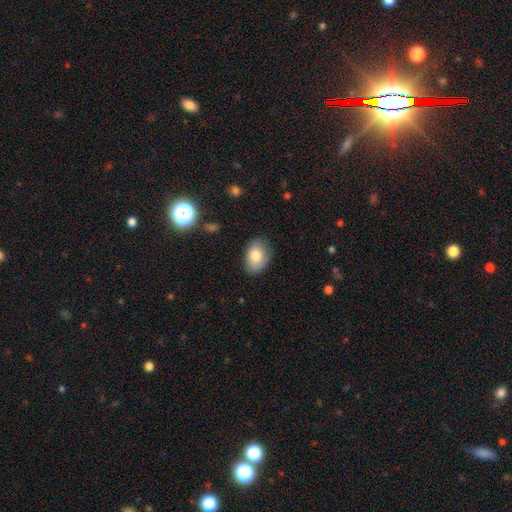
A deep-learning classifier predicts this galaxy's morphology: Smooth or featured? smooth (77%)
How rounded? in between (83%)
Merging? none (76%)